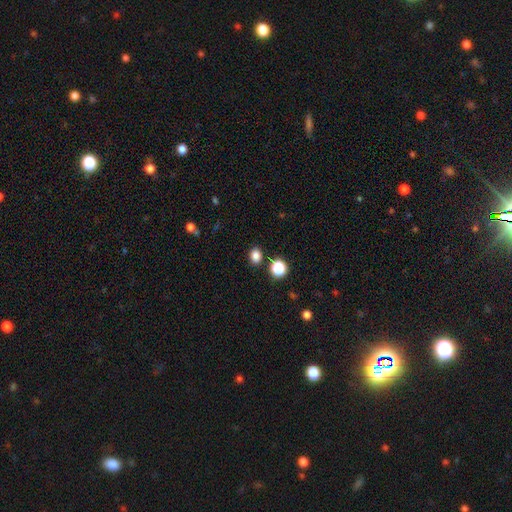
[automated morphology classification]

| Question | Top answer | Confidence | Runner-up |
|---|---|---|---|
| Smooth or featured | smooth | 83% | star or artifact (14%) |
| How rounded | round | 50% | in between (49%) |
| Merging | none | 85% | minor disturbance (8%) |